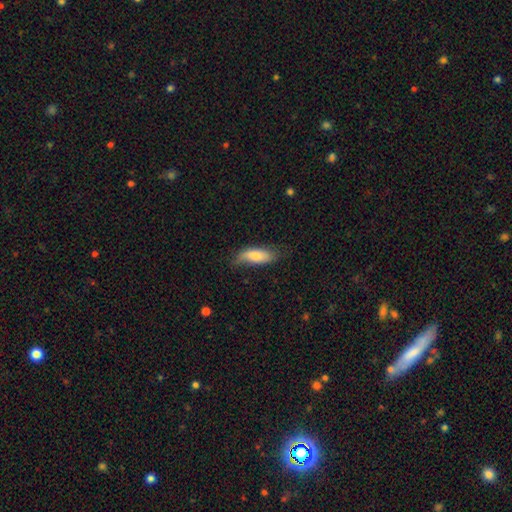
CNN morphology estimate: Smooth or featured? Predicted: smooth (p=0.72). How rounded? Predicted: in between (p=0.73). Merging? Predicted: none (p=0.57).